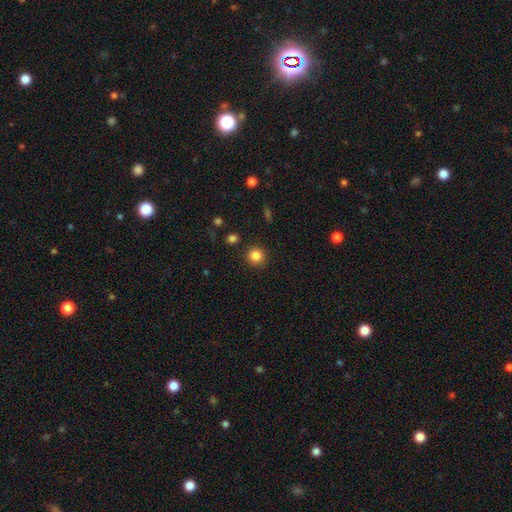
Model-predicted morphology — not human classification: Smooth or featured? smooth (84%)
How rounded? round (93%)
Merging? none (90%)